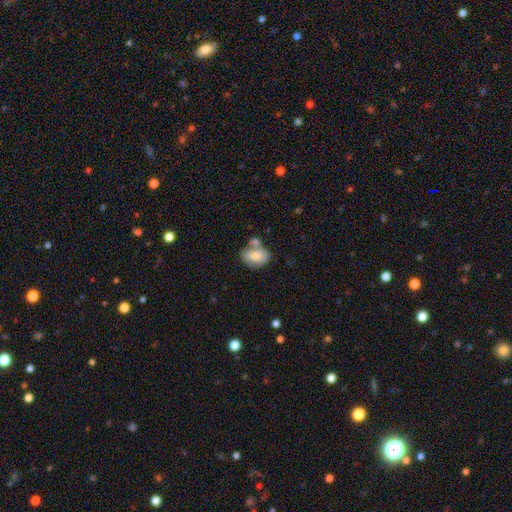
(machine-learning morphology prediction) type=smooth (75%); roundness=in between (75%); merging=none (40%).